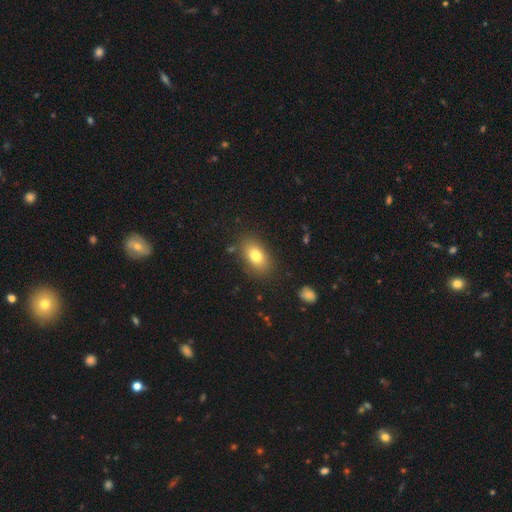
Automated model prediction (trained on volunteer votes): A smooth galaxy with no disk features (79%) that is in between round and cigar-shaped (87%).

Vote fractions:
- Smooth or featured? smooth: 79% / featured or disk: 12% / star or artifact: 9%
- How rounded? in between: 87% / round: 11% / cigar-shaped: 2%
- Merging? none: 83% / minor disturbance: 11% / major disturbance: 3% / merger: 2%